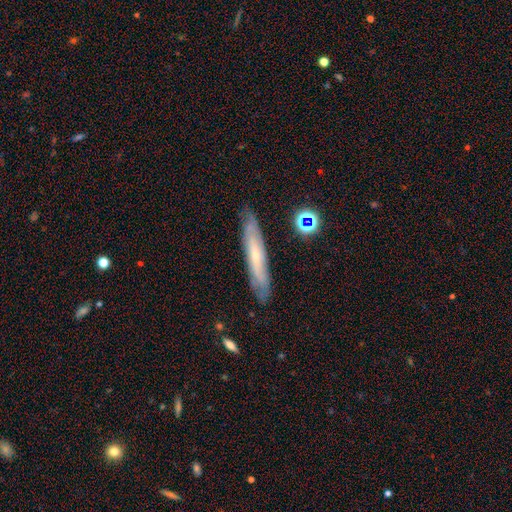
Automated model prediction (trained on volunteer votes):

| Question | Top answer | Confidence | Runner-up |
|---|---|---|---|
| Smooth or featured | featured or disk | 57% | smooth (35%) |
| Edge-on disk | yes | 60% | no (40%) |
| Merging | none | 82% | minor disturbance (14%) |